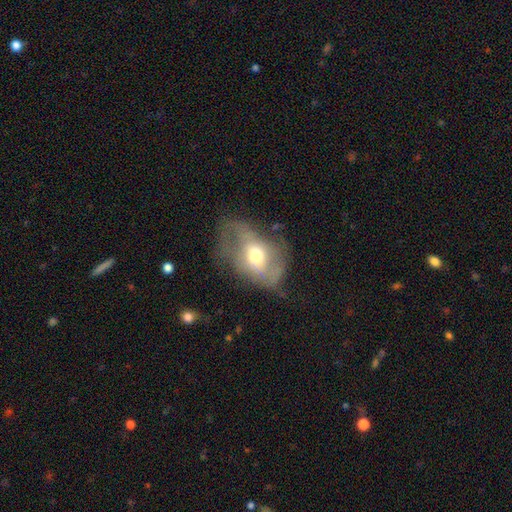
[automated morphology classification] A featured or disk galaxy (48%). Merging: none (35%).